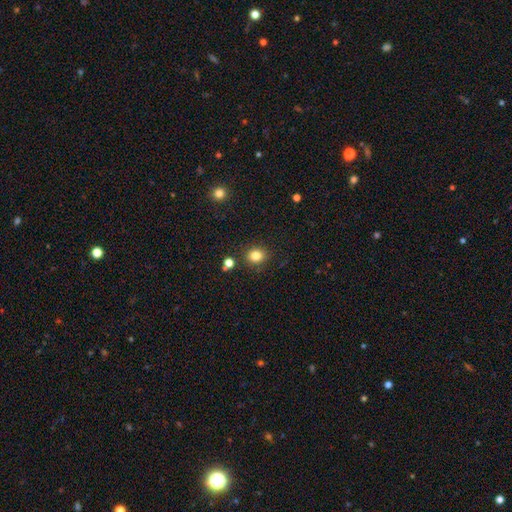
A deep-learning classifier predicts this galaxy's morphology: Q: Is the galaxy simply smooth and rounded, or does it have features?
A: smooth — 82%.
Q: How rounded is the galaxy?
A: round — 75%.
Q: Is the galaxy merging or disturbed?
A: none — 87%.